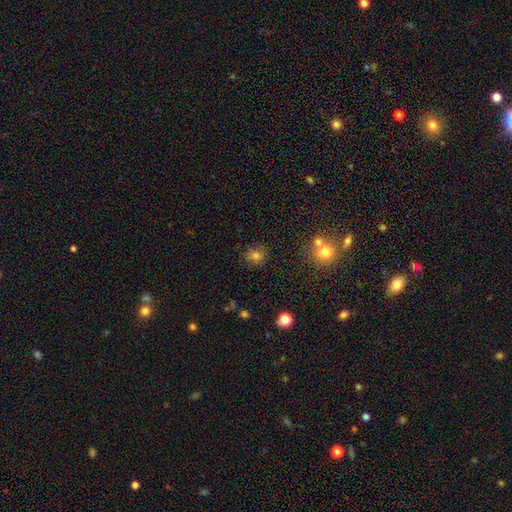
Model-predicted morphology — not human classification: This is likely a smooth galaxy (74%). How rounded: clearly round (82%). Merging: clearly none (84%).